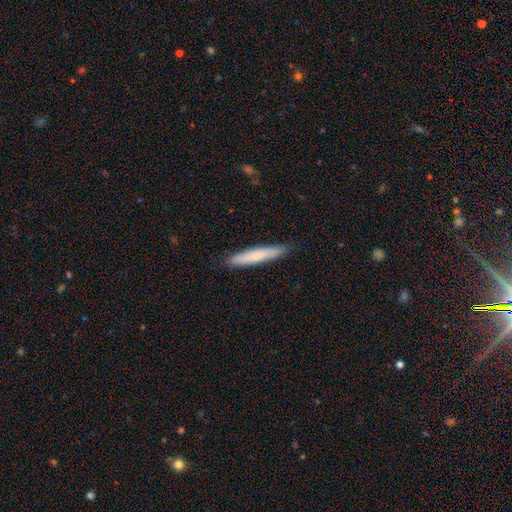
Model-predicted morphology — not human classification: Overall: smooth (74%). How rounded: cigar-shaped (93%). Merging: none (88%).